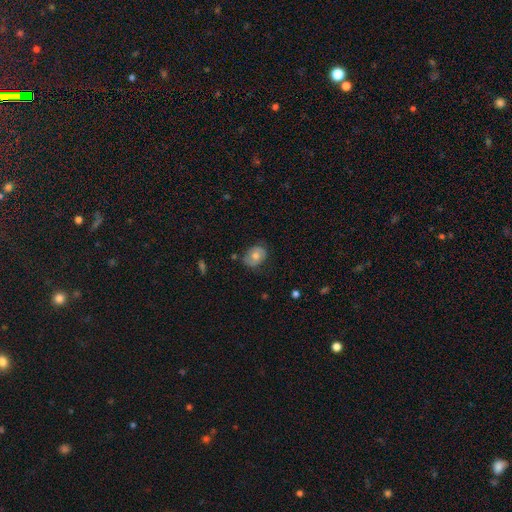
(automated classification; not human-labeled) Smooth or featured: smooth — 56% (featured or disk — 37%)
How rounded: in between — 60% (round — 39%)
Merging: none — 70% (minor disturbance — 21%)